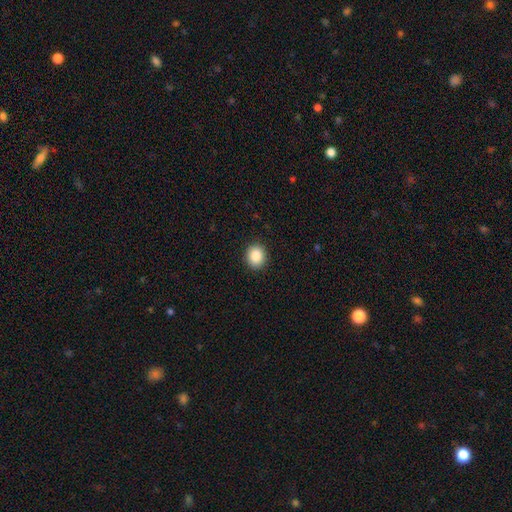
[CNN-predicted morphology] Smooth or featured: smooth — 88% (star or artifact — 8%)
How rounded: round — 73% (in between — 26%)
Merging: none — 91% (minor disturbance — 6%)